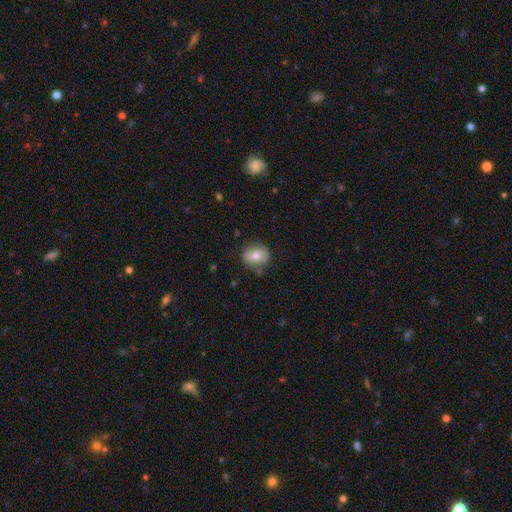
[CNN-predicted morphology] smooth_or_featured: smooth (p=0.66) [alt: featured or disk p=0.26]
how_rounded: round (p=0.57) [alt: in between p=0.42]
merging: none (p=0.75) [alt: minor disturbance p=0.18]